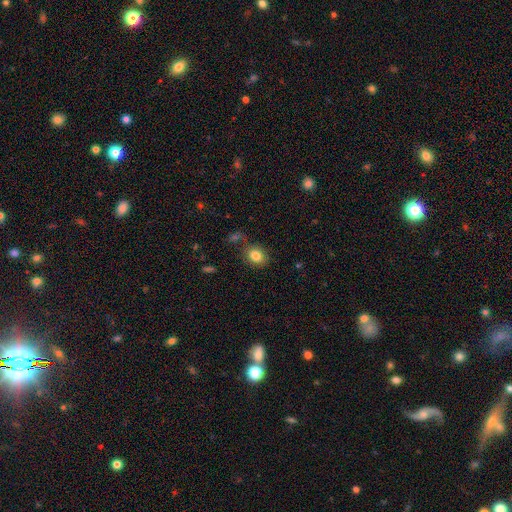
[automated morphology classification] This is clearly a smooth galaxy (83%). How rounded: possibly in between (54%). Merging: likely none (77%).